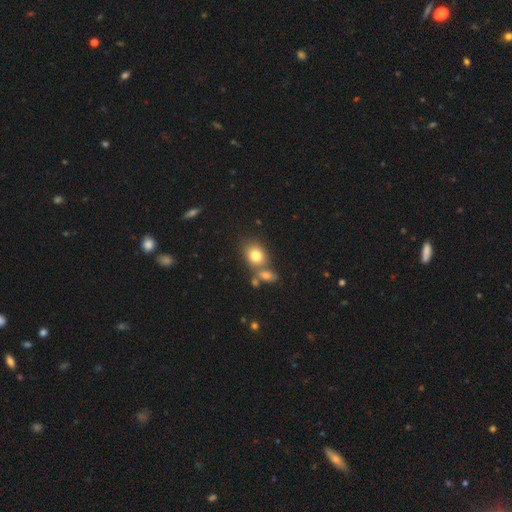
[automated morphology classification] Smooth or featured: smooth — 79% (star or artifact — 11%)
How rounded: round — 51% (in between — 48%)
Merging: none — 55% (merger — 30%)